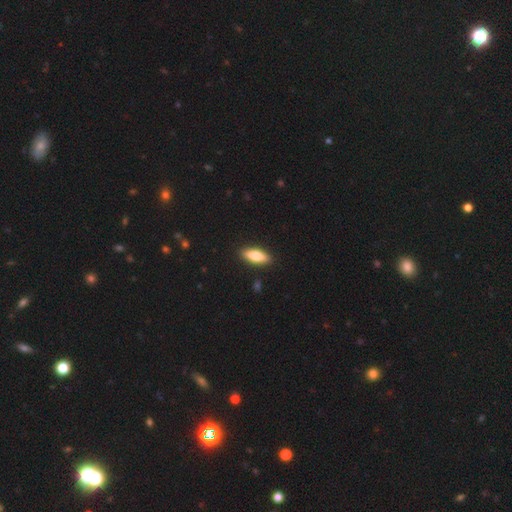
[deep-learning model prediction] This is likely a smooth galaxy (75%). How rounded: likely in between (63%). Merging: clearly none (90%).